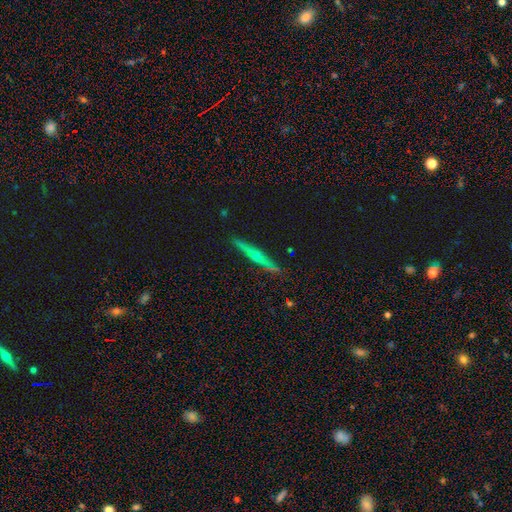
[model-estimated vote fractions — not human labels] A featured or disk galaxy (62%) viewed edge-on (97%) with a rounded central bulge (61%).

Vote fractions:
- Smooth or featured? featured or disk: 62% / smooth: 32% / star or artifact: 7%
- Edge-on disk? yes: 97% / no: 3%
- Edge-on bulge? rounded: 61% / none: 32% / boxy: 7%
- Merging? none: 88% / minor disturbance: 9% / major disturbance: 2% / merger: 2%